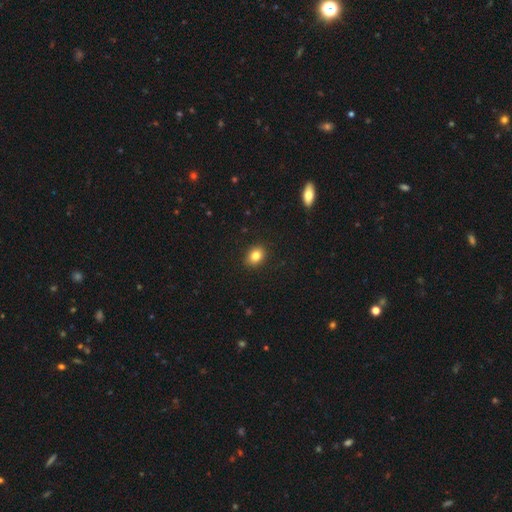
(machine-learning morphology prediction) A smooth galaxy with no disk features (83%) that is in between round and cigar-shaped (59%). Merging: none (90%).